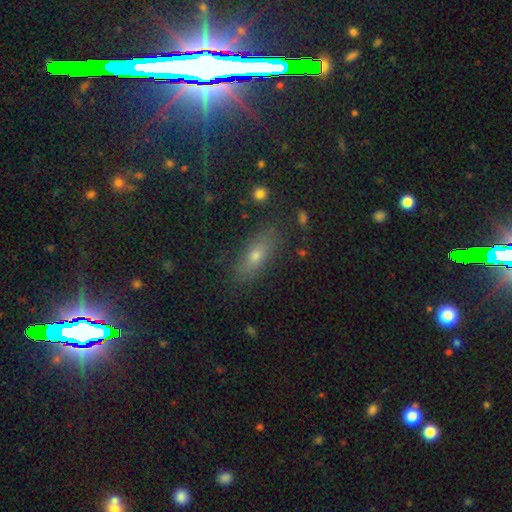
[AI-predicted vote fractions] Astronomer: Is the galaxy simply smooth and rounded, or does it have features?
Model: smooth — 63%.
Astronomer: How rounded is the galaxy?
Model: in between — 61%.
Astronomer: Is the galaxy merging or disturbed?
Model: none — 84%.